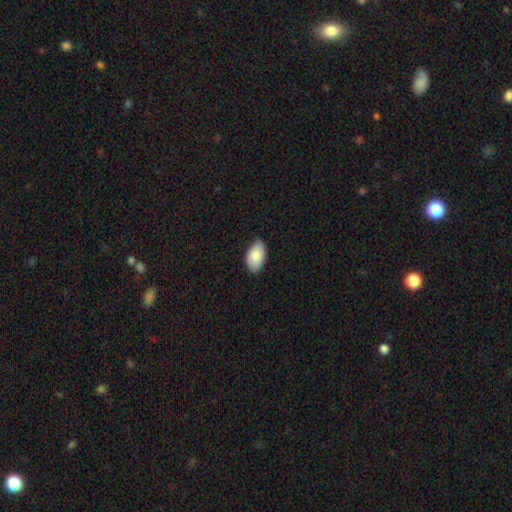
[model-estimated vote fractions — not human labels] Smooth or featured? Predicted: smooth (p=0.87). How rounded? Predicted: in between (p=0.95). Merging? Predicted: none (p=0.80).